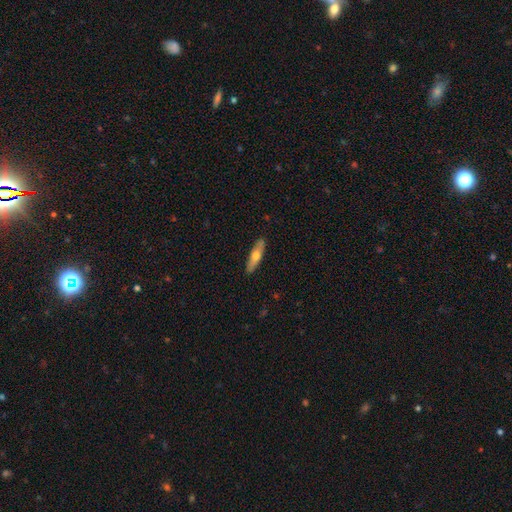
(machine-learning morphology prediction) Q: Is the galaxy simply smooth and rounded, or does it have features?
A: smooth — 55%.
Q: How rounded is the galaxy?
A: cigar-shaped — 69%.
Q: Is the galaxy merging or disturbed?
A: none — 89%.